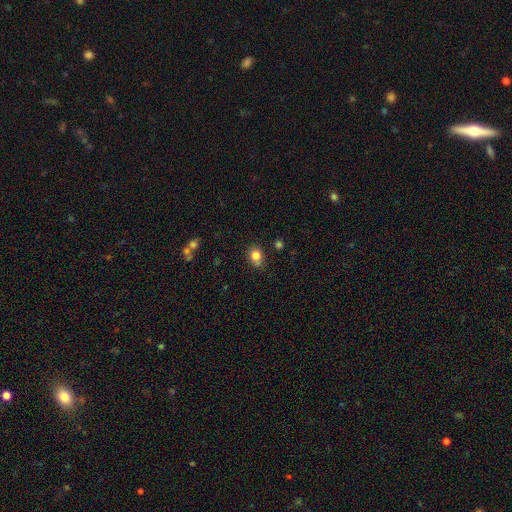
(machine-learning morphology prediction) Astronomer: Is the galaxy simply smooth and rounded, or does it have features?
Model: smooth — 81%.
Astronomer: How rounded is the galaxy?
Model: round — 60% (runner-up: in between, 39%).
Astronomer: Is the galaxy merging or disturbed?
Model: none — 67%.